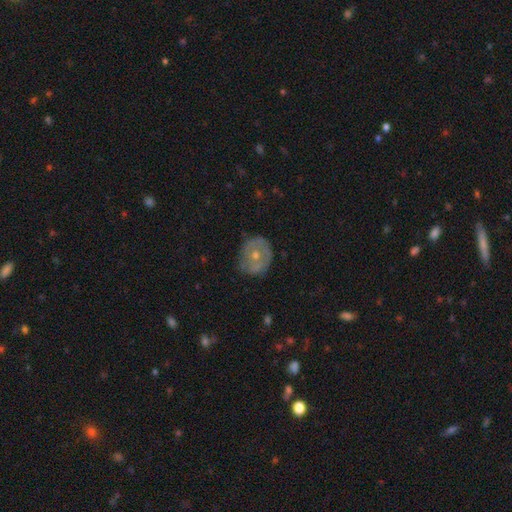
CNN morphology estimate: type=featured or disk (52%); edge-on=no (95%); merging=none (74%).